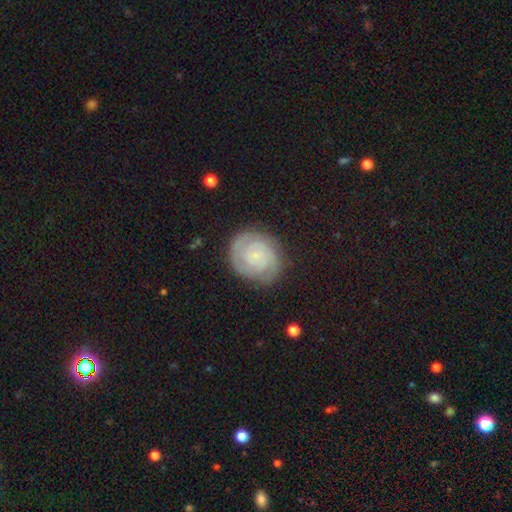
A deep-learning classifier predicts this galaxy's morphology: featured or disk 77%, smooth 16%, star or artifact 7%. Down the decision tree: edge-on disk — no (98%); bar — no (69%); spiral arms — yes (96%); spiral arm count — 2 (54%); spiral winding — tight (75%); bulge size — small (70%); merging — none (81%).